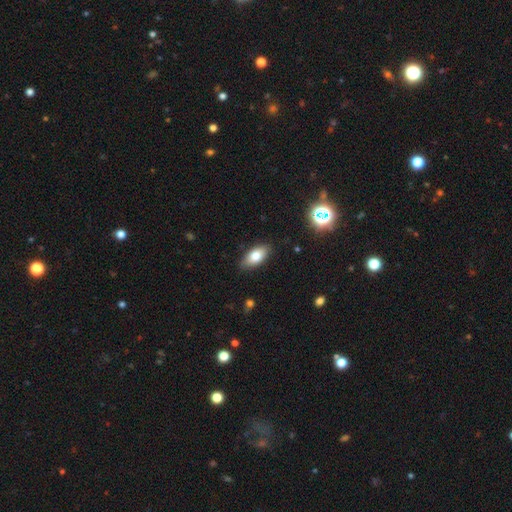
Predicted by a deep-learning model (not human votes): A smooth galaxy with no disk features (78%) that is in between round and cigar-shaped (90%). Merging: none (85%).